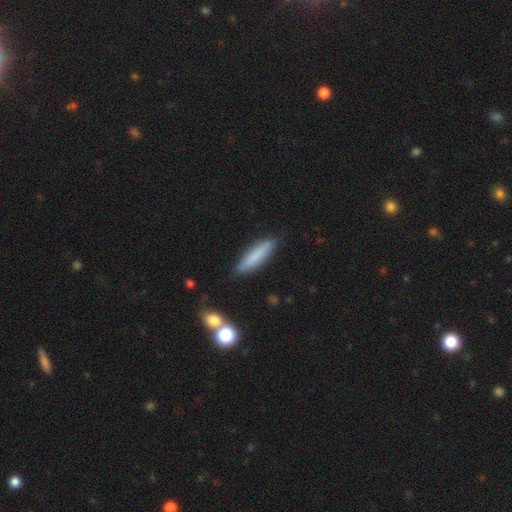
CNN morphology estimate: A smooth galaxy with no disk features (76%) that is cigar-shaped (80%).

Vote fractions:
- Smooth or featured? smooth: 76% / featured or disk: 17% / star or artifact: 7%
- How rounded? cigar-shaped: 80% / in between: 19% / round: 2%
- Merging? none: 85% / minor disturbance: 11% / major disturbance: 2% / merger: 2%